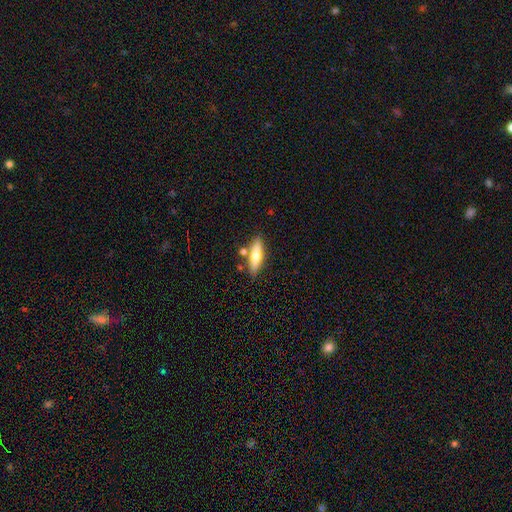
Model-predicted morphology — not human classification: type=smooth (58%); roundness=cigar-shaped (55%); merging=none (77%).